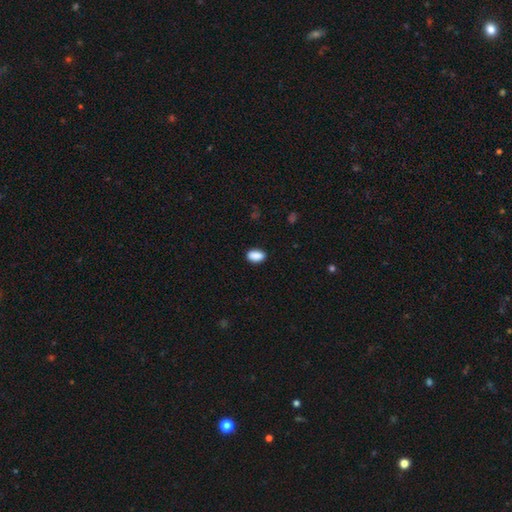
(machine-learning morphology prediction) The model was most divided on "merging": none: 87%, minor disturbance: 10%, major disturbance: 2%, merger: 1%. More confident: how rounded — in between (91%); smooth or featured — smooth (90%).